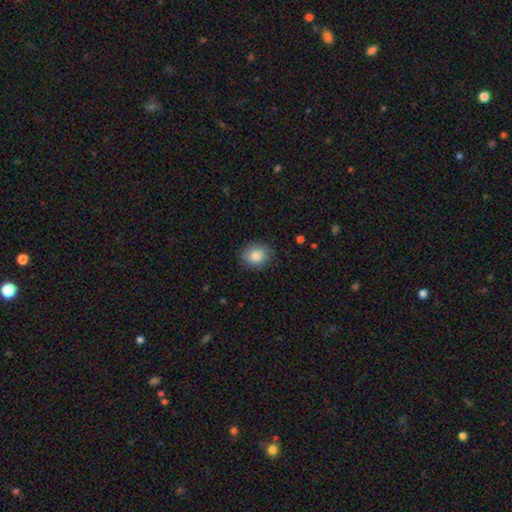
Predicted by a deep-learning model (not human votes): Q: Smooth or featured?
A: smooth (86%); runner-up: star or artifact (8%)
Q: How rounded?
A: round (64%); runner-up: in between (35%)
Q: Merging?
A: none (84%); runner-up: minor disturbance (12%)